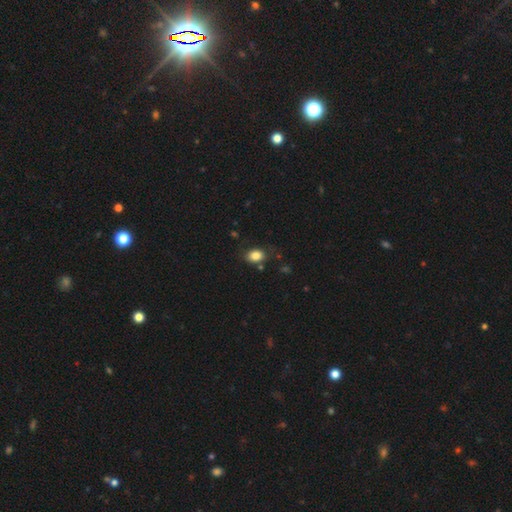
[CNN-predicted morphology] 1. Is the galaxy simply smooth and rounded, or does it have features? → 85% smooth, 9% star or artifact, 6% featured or disk.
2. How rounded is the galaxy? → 69% in between, 30% round, 1% cigar-shaped.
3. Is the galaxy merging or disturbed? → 78% none, 14% minor disturbance, 4% major disturbance, 3% merger.